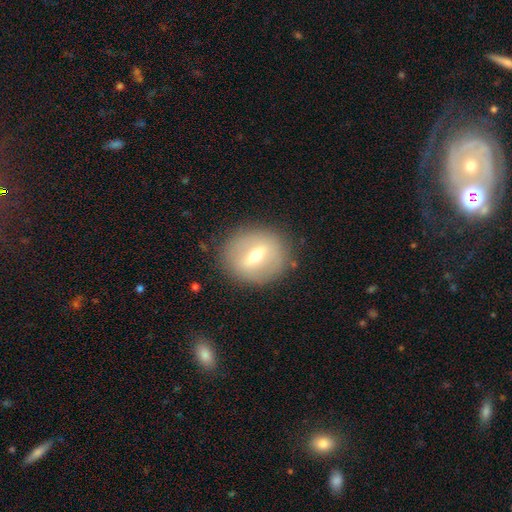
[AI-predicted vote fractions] Overall: featured or disk (55%; smooth 37%). Edge-on disk: no (77%). Merging: none (85%).